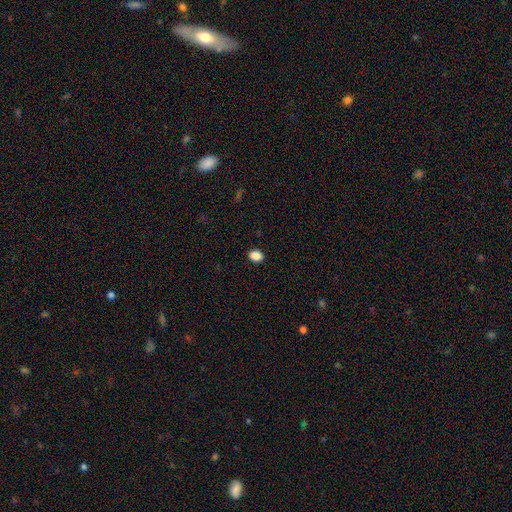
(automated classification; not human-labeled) This appears to be a smooth galaxy with no disk features (88%) that is in between round and cigar-shaped (60%). Merging: none (90%).